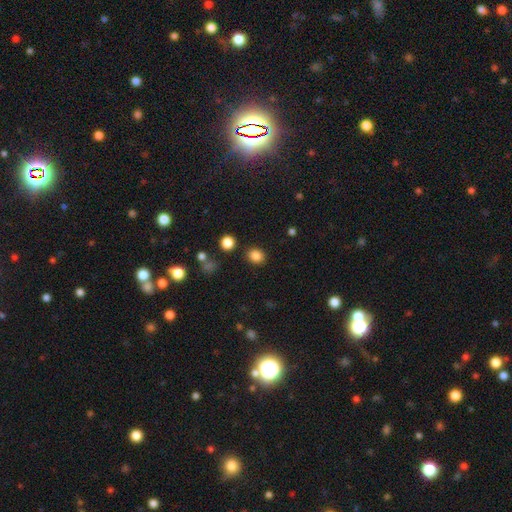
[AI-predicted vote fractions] This is clearly a smooth galaxy (84%). How rounded: likely round (65%). Merging: clearly none (87%).